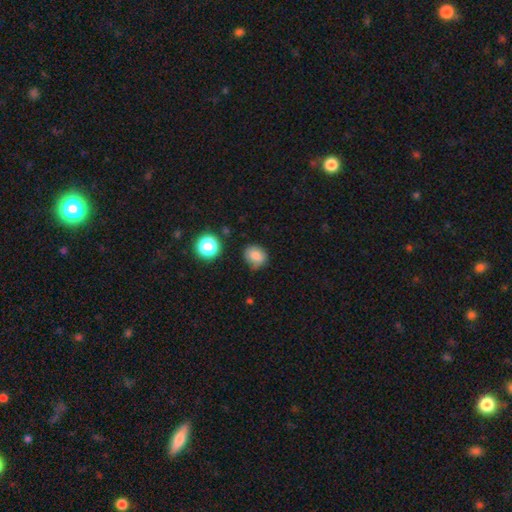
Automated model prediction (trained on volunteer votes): A smooth galaxy with no disk features (81%) that is round (73%).

Vote fractions:
- Smooth or featured? smooth: 81% / star or artifact: 12% / featured or disk: 7%
- How rounded? round: 73% / in between: 26% / cigar-shaped: 1%
- Merging? none: 66% / minor disturbance: 25% / major disturbance: 6% / merger: 3%